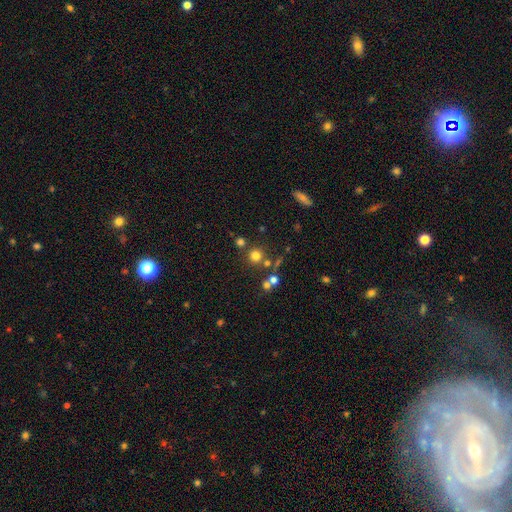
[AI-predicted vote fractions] smooth 72%, star or artifact 19%, featured or disk 9%. Down the decision tree: how rounded — round (93%); merging — none (75%).